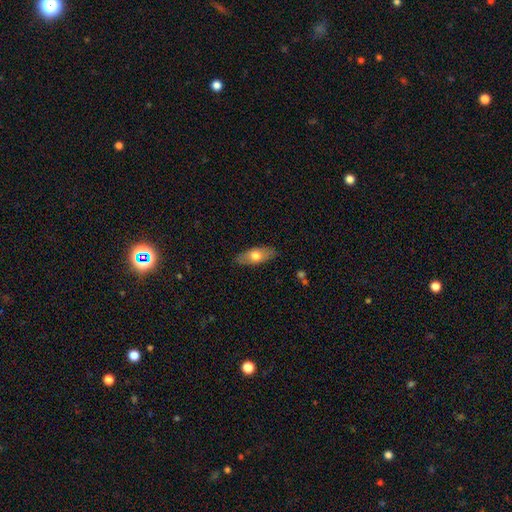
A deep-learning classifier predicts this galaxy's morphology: A smooth galaxy with no disk features (65%) that is in between round and cigar-shaped (83%).

Vote fractions:
- Smooth or featured? smooth: 65% / featured or disk: 29% / star or artifact: 6%
- How rounded? in between: 83% / cigar-shaped: 14% / round: 4%
- Merging? none: 84% / minor disturbance: 12% / major disturbance: 2% / merger: 1%